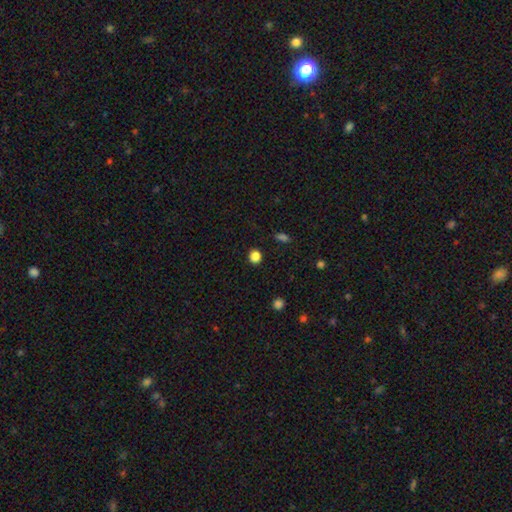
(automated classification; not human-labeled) Smooth or featured?
  - smooth: 85% *
  - star or artifact: 12%
  - featured or disk: 3%
How rounded?
  - round: 79% *
  - in between: 20%
  - cigar-shaped: 1%
Merging?
  - none: 89% *
  - minor disturbance: 7%
  - major disturbance: 2%
  - merger: 2%